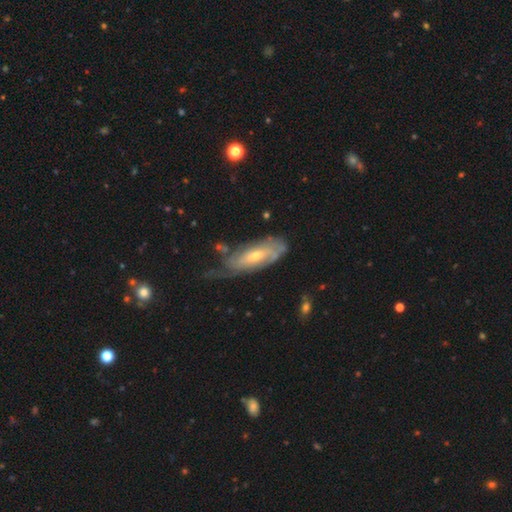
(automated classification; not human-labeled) Smooth or featured: featured or disk — 71% (smooth — 22%)
Edge-on disk: no — 83% (yes — 17%)
Bar: no — 57% (weak — 34%)
Spiral arms: yes — 81% (no — 19%)
Bulge size: small — 49% (moderate — 47%)
Merging: none — 46% (minor disturbance — 30%)